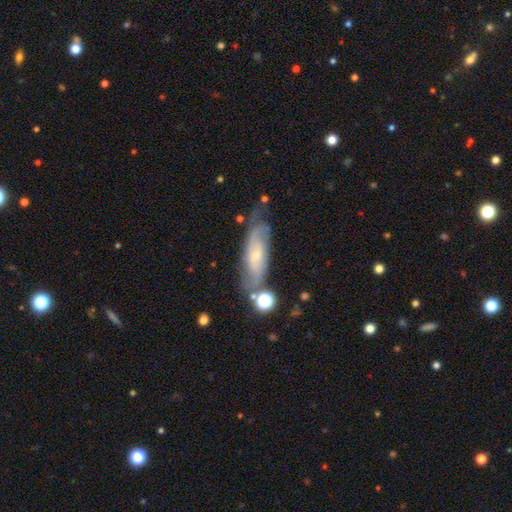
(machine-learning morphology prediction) This is likely a featured or disk galaxy (68%). It is clearly not viewed edge-on (81%). Bar: likely no (64%). Spiral arm pattern: clearly yes (88%). Central bulge: likely small (68%). Merging: likely none (62%).